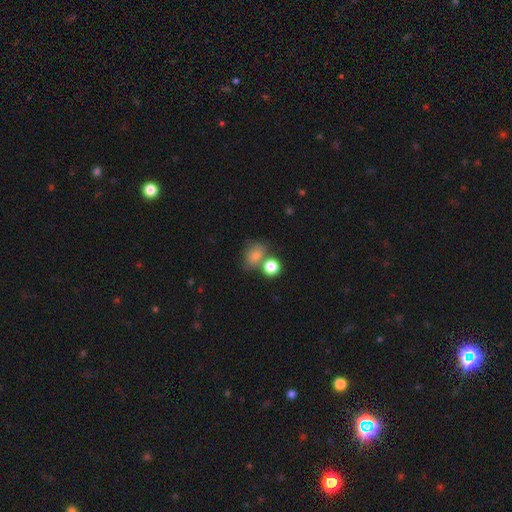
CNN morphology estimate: This appears to be a smooth galaxy with no disk features (75%) that is round (50%). Merging: none (49%).